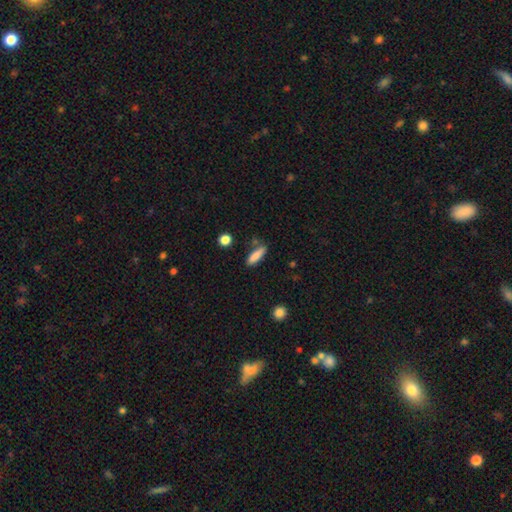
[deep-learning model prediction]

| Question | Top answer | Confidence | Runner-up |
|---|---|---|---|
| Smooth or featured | smooth | 83% | featured or disk (10%) |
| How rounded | cigar-shaped | 62% | in between (35%) |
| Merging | none | 75% | minor disturbance (15%) |